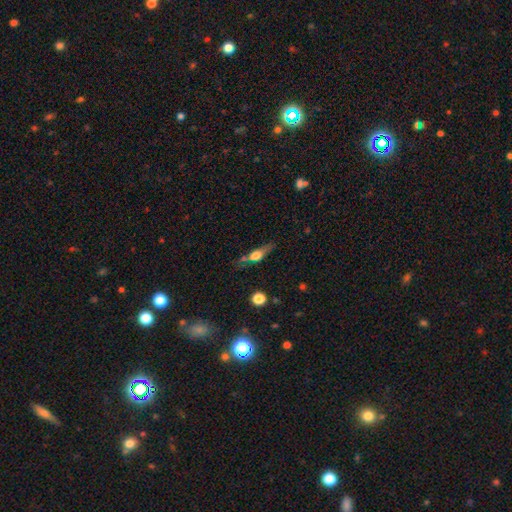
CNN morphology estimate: smooth 50%, featured or disk 41%, star or artifact 9%. Down the decision tree: merging — none (52%).